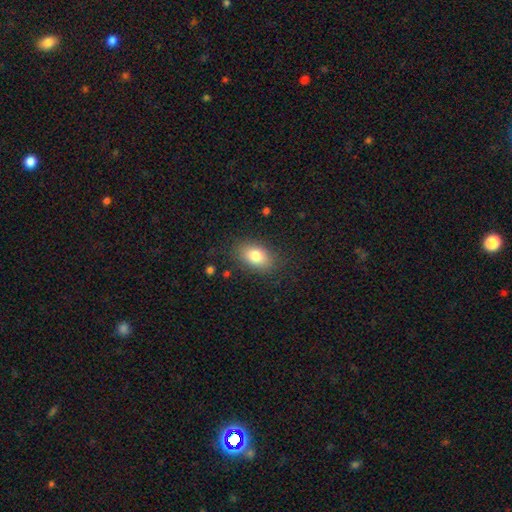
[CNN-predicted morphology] smooth-or-featured: smooth: 80% | featured or disk: 11% | star or artifact: 9%
  how-rounded: in between: 86% | round: 12% | cigar-shaped: 2%
  merging: none: 82% | minor disturbance: 12% | major disturbance: 4% | merger: 1%